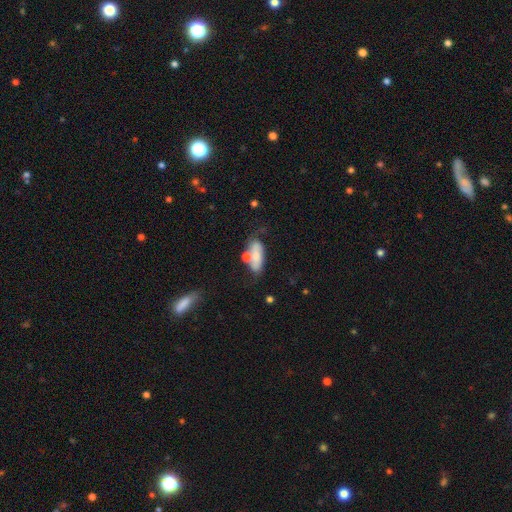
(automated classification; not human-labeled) A smooth galaxy with no disk features (69%) that is in between round and cigar-shaped (73%).

Vote fractions:
- Smooth or featured? smooth: 69% / featured or disk: 24% / star or artifact: 8%
- How rounded? in between: 73% / cigar-shaped: 23% / round: 3%
- Merging? none: 44% / merger: 24% / minor disturbance: 22% / major disturbance: 10%